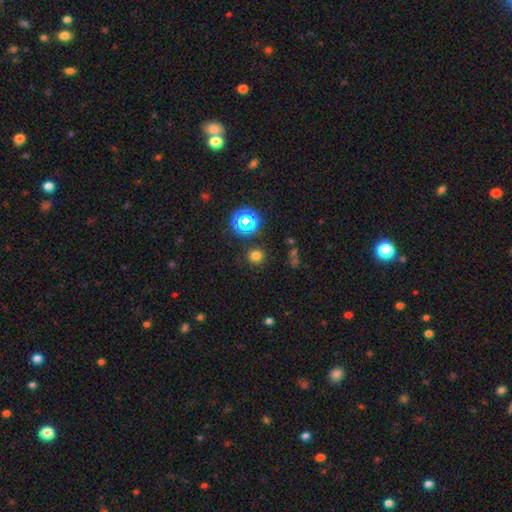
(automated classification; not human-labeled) A smooth galaxy with no disk features (71%) that is round (92%). Merging: none (87%).